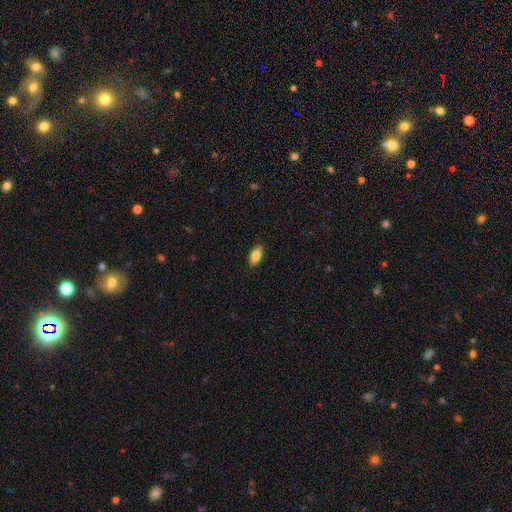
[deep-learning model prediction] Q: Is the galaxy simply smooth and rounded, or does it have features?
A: smooth — 83%.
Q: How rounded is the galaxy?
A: in between — 88%.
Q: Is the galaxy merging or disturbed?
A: none — 87%.